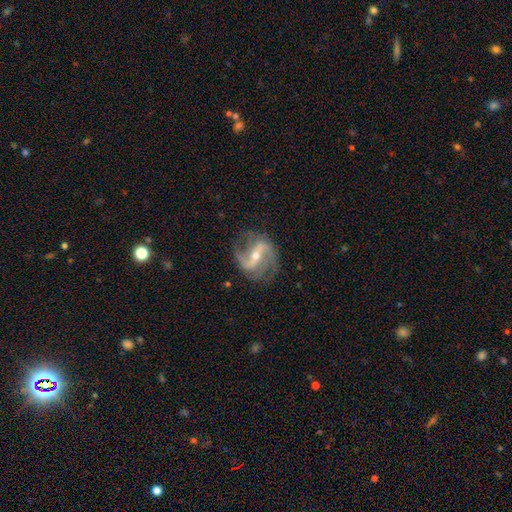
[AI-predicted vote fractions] Smooth or featured?
  - featured or disk: 90% *
  - star or artifact: 5%
  - smooth: 4%
Edge-on disk?
  - no: 97% *
  - yes: 3%
Bar?
  - strong: 50% *
  - weak: 34%
  - no: 16%
Spiral arms?
  - yes: 97% *
  - no: 3%
Spiral winding?
  - loose: 49% *
  - medium: 39%
  - tight: 11%
Spiral arm count?
  - 2: 88% *
  - 3: 4%
  - can't tell: 3%
  - 1: 2%
  - 4: 1%
  - more than 4: 1%
Bulge size?
  - small: 49% *
  - moderate: 48%
  - large: 1%
  - none: 1%
  - dominant: 1%
Merging?
  - none: 77% *
  - minor disturbance: 15%
  - major disturbance: 7%
  - merger: 1%